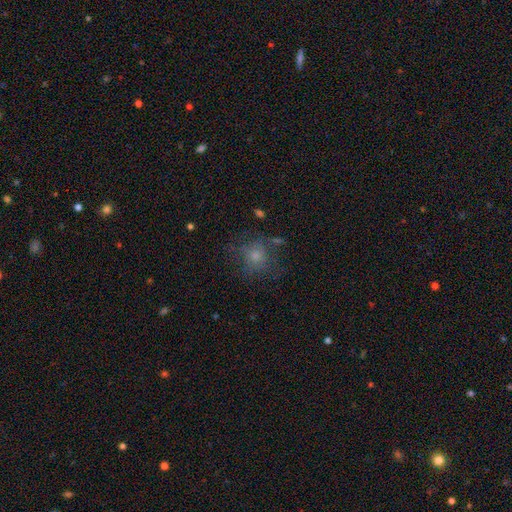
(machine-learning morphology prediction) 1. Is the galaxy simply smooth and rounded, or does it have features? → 52% smooth, 25% featured or disk, 24% star or artifact.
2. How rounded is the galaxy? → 85% round, 14% in between, 1% cigar-shaped.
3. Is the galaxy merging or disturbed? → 67% none, 17% minor disturbance, 12% major disturbance, 3% merger.